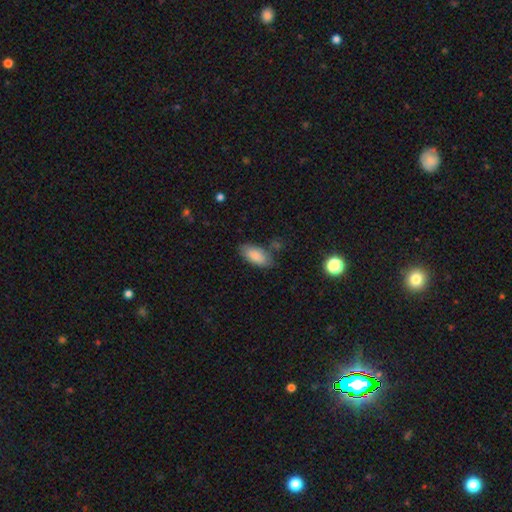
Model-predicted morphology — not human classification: Smooth or featured? Predicted: smooth (p=0.85). How rounded? Predicted: in between (p=0.90). Merging? Predicted: none (p=0.73).